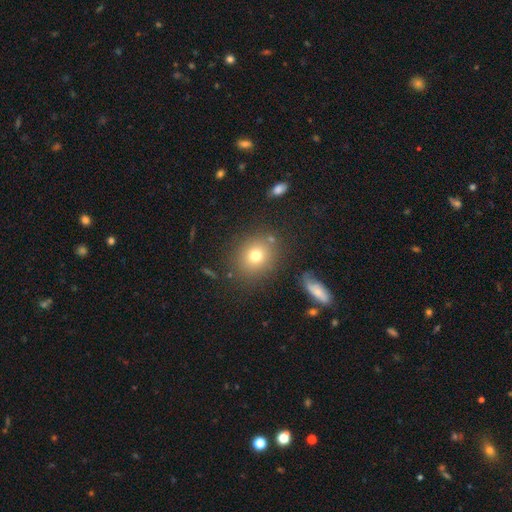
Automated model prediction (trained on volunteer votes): Smooth or featured?
  - smooth: 74% *
  - star or artifact: 14%
  - featured or disk: 12%
How rounded?
  - round: 78% *
  - in between: 21%
  - cigar-shaped: 1%
Merging?
  - none: 82% *
  - minor disturbance: 10%
  - merger: 5%
  - major disturbance: 4%